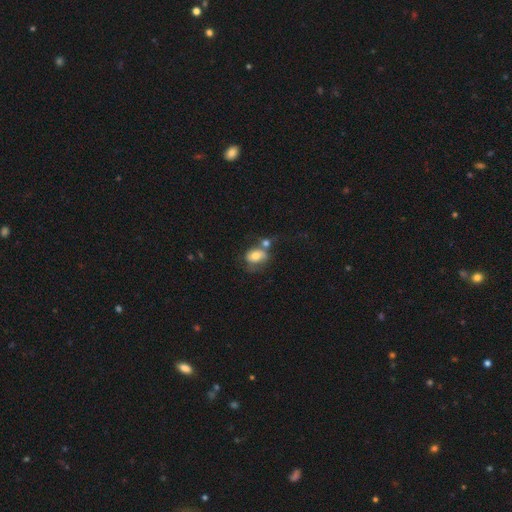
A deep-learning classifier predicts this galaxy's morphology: Q: Smooth or featured?
A: smooth (67%); runner-up: featured or disk (25%)
Q: How rounded?
A: in between (71%); runner-up: round (28%)
Q: Merging?
A: merger (38%); runner-up: none (30%)